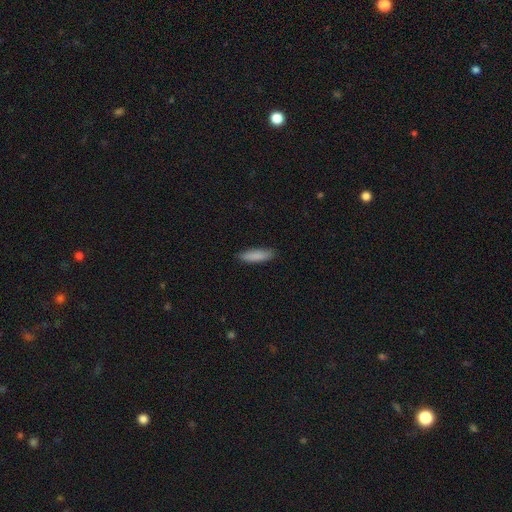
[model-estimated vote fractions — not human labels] smooth-or-featured: smooth: 88% | featured or disk: 6% | star or artifact: 6%
  how-rounded: cigar-shaped: 64% | in between: 35% | round: 1%
  merging: none: 87% | minor disturbance: 10% | major disturbance: 2% | merger: 1%